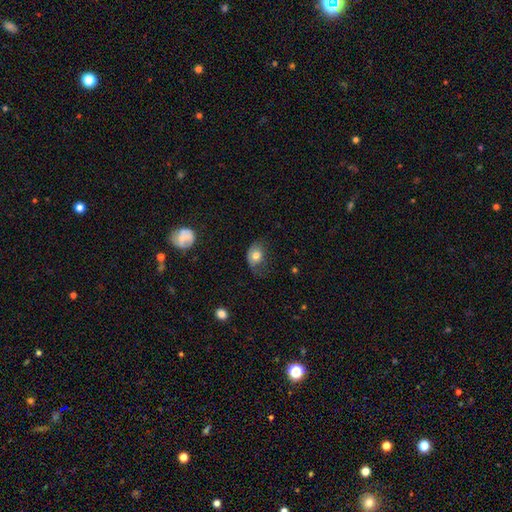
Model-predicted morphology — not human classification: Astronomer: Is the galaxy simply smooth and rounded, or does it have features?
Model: smooth — 75%.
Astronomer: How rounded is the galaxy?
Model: in between — 63%.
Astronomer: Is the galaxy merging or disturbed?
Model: none — 36% (runner-up: minor disturbance, 34%).